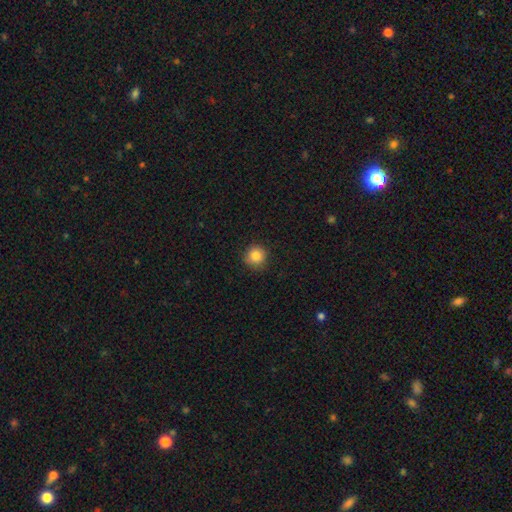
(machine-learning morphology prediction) Overall: smooth (86%). How rounded: round (94%). Merging: none (88%).